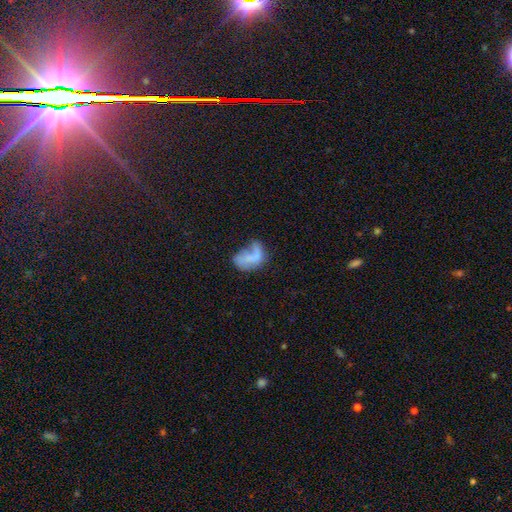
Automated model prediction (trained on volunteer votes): featured or disk 45%, smooth 41%, star or artifact 15%. Down the decision tree: merging — major disturbance (35%).